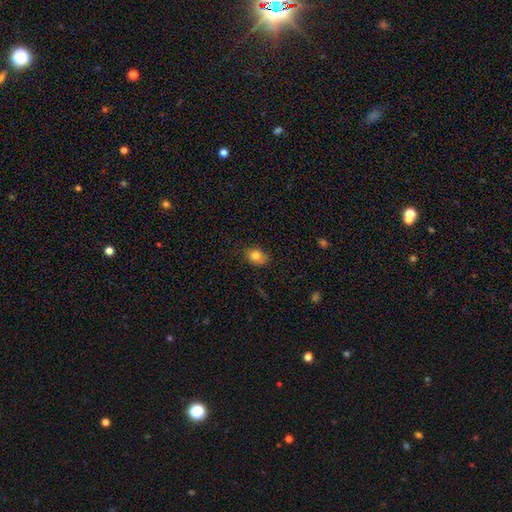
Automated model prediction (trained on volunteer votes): smooth_or_featured: smooth (p=0.81) [alt: star or artifact p=0.10]
how_rounded: in between (p=0.69) [alt: round p=0.30]
merging: none (p=0.79) [alt: minor disturbance p=0.17]